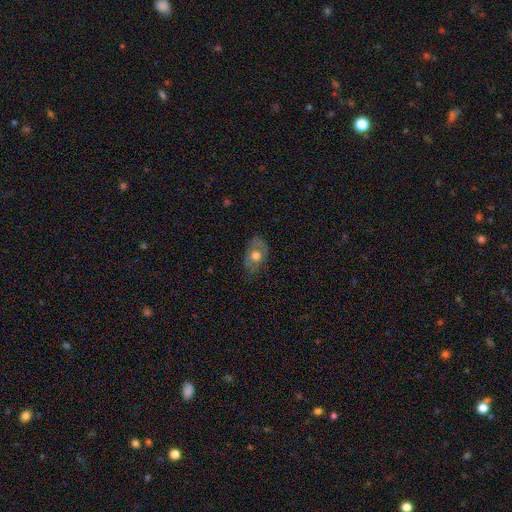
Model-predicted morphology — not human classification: Smooth or featured? smooth (47%)
Merging? none (67%)